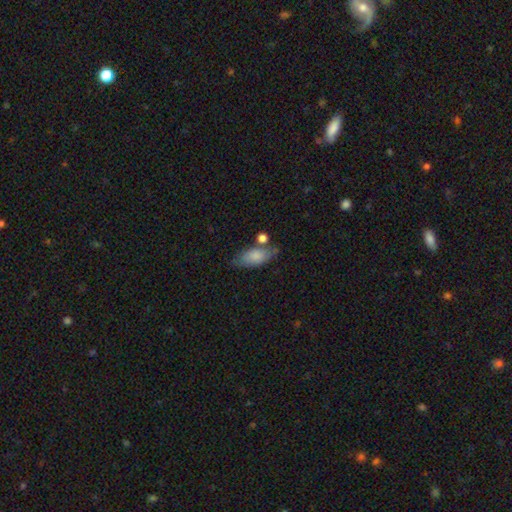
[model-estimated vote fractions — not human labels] smooth-or-featured: smooth: 79% | featured or disk: 14% | star or artifact: 7%
  how-rounded: in between: 86% | cigar-shaped: 10% | round: 4%
  merging: none: 59% | minor disturbance: 21% | merger: 14% | major disturbance: 7%